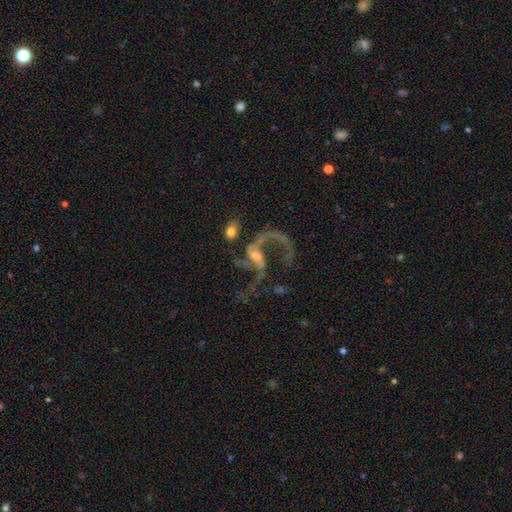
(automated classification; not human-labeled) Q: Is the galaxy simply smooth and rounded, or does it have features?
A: featured or disk — 85%.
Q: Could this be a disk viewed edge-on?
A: no — 97%.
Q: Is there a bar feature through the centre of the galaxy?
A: weak — 43%.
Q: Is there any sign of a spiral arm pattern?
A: yes — 91%.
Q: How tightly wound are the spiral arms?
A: loose — 77%.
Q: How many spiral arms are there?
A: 2 — 62%.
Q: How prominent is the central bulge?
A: small — 50%.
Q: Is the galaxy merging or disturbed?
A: major disturbance — 40%.